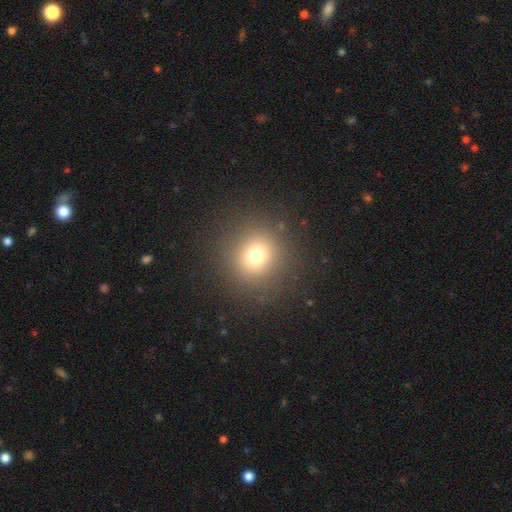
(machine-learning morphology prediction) This is likely a smooth galaxy (71%). How rounded: clearly round (91%). Merging: clearly none (88%).